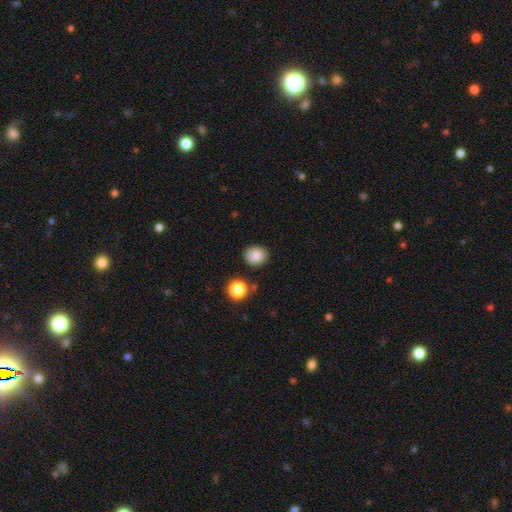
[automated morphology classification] Smooth or featured?
  - smooth: 84% *
  - star or artifact: 10%
  - featured or disk: 6%
How rounded?
  - round: 66% *
  - in between: 33%
  - cigar-shaped: 1%
Merging?
  - none: 82% *
  - minor disturbance: 12%
  - merger: 3%
  - major disturbance: 3%